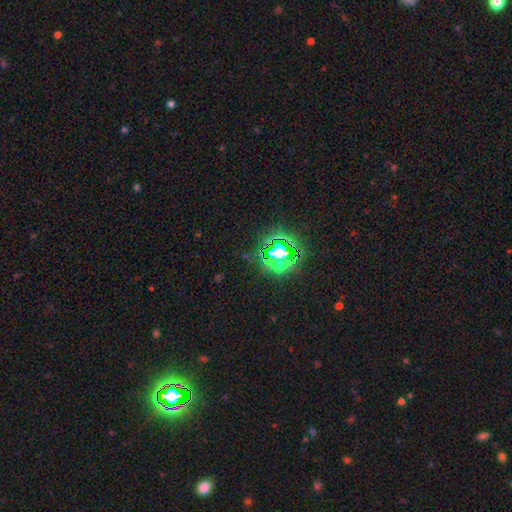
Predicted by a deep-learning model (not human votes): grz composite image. It shows a star or artifact, not a galaxy (79%).